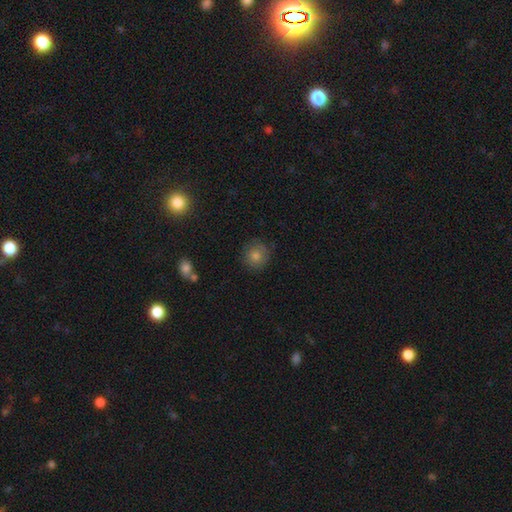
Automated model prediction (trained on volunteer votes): The model was most divided on "smooth or featured": smooth: 78%, star or artifact: 13%, featured or disk: 9%. More confident: how rounded — round (92%); merging — none (86%).